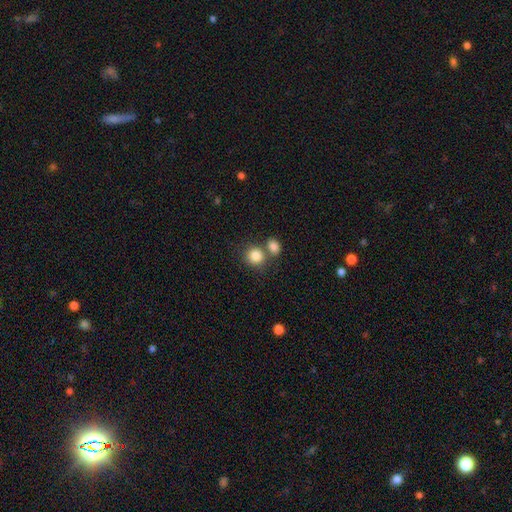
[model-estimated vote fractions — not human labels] Smooth or featured? smooth (84%)
How rounded? round (82%)
Merging? none (51%)